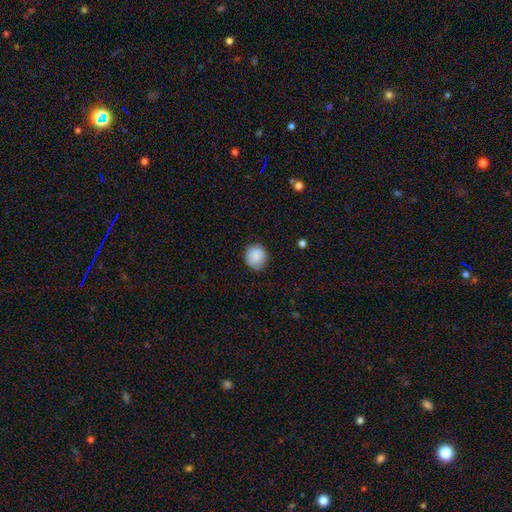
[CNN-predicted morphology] The model was most divided on "how rounded": round: 82%, in between: 17%, cigar-shaped: 1%. More confident: smooth or featured — smooth (86%); merging — none (83%).